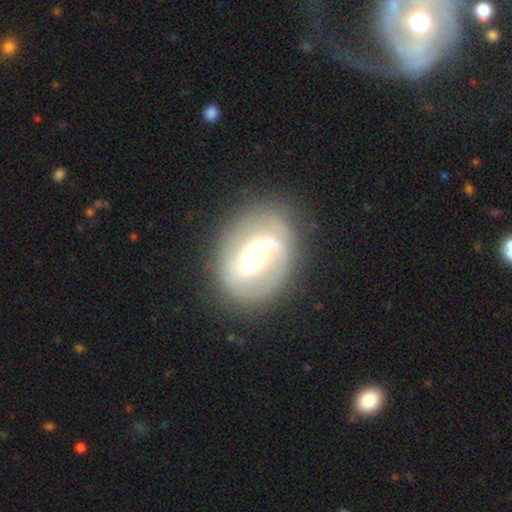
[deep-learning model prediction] This is likely a featured or disk galaxy (75%). It is clearly not viewed edge-on (97%). Bar: marginally weak (40%). Spiral arm pattern: clearly yes (89%). Spiral arm count: likely 2 (70%). Spiral winding: marginally medium (43%). Central bulge: marginally moderate (41%). Merging: likely none (72%).